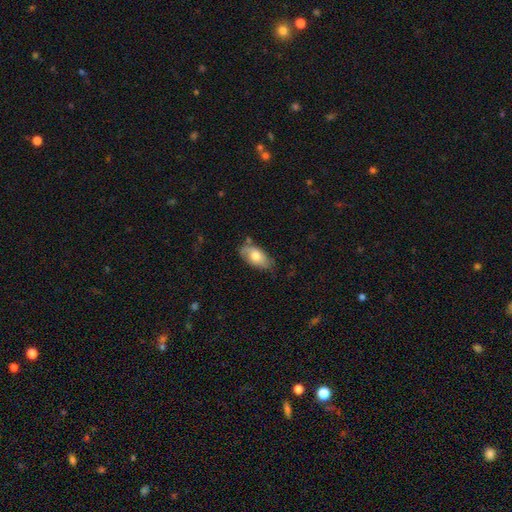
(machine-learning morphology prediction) A smooth galaxy with no disk features (70%) that is in between round and cigar-shaped (92%).

Vote fractions:
- Smooth or featured? smooth: 70% / featured or disk: 23% / star or artifact: 6%
- How rounded? in between: 92% / cigar-shaped: 4% / round: 4%
- Merging? none: 64% / minor disturbance: 27% / major disturbance: 5% / merger: 4%